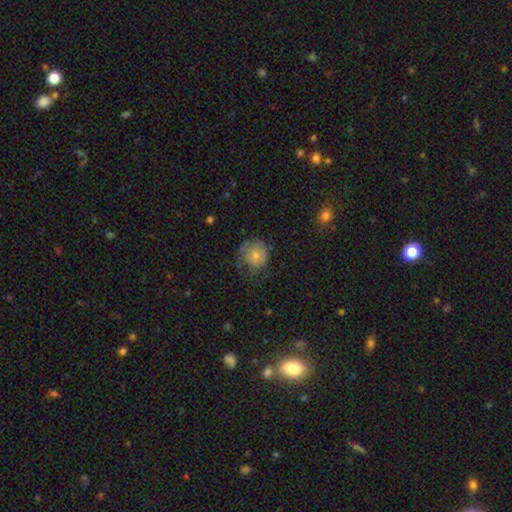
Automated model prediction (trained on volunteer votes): This is possibly a smooth galaxy (56%). How rounded: clearly round (85%). Merging: likely none (62%).